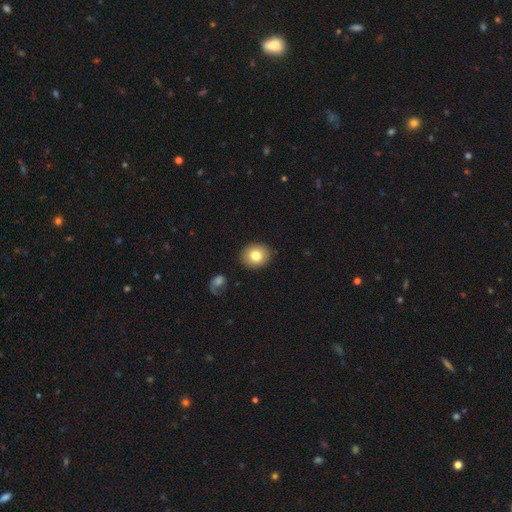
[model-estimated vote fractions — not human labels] This appears to be a smooth galaxy with no disk features (80%) that is round (73%). Merging: none (89%).